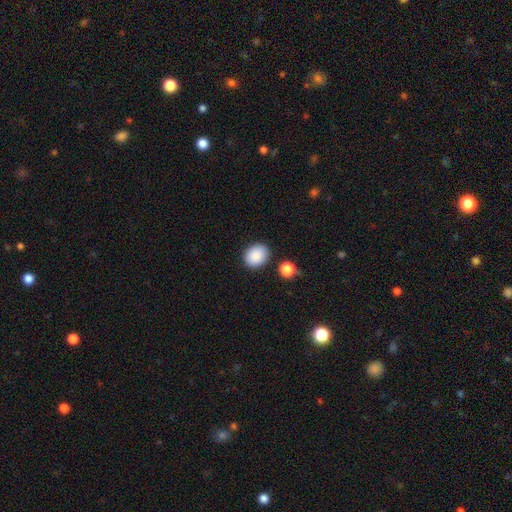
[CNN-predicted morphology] smooth_or_featured: smooth (p=0.87) [alt: star or artifact p=0.08]
how_rounded: round (p=0.53) [alt: in between p=0.46]
merging: none (p=0.83) [alt: minor disturbance p=0.11]